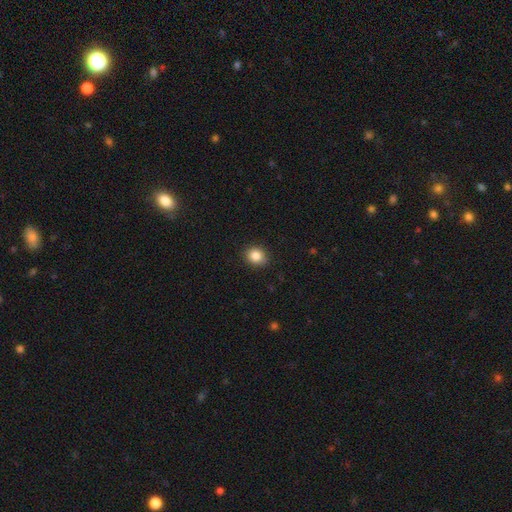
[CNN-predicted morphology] A smooth galaxy with no disk features (86%) that is round (64%). Merging: none (89%).